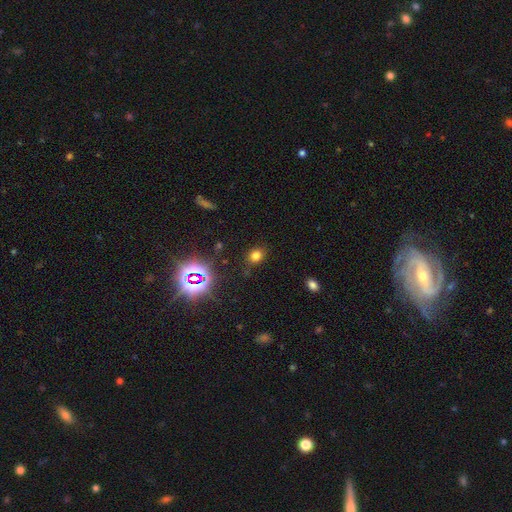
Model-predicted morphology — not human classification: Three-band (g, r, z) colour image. It shows a smooth galaxy with no disk features (69%) that is round (66%). Merging: none (82%).